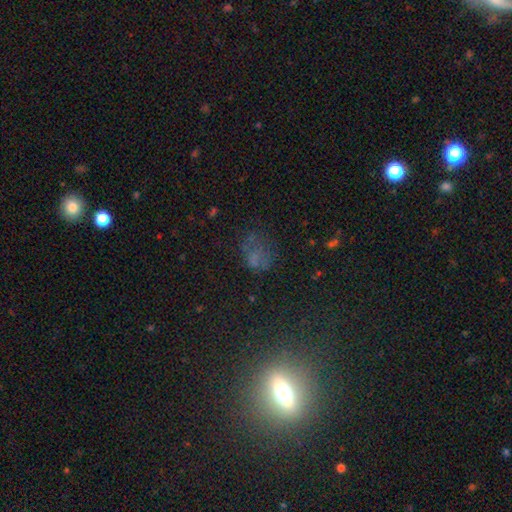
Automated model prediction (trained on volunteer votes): Q: Smooth or featured?
A: smooth (42%); runner-up: star or artifact (35%)
Q: Merging?
A: none (48%); runner-up: major disturbance (23%)